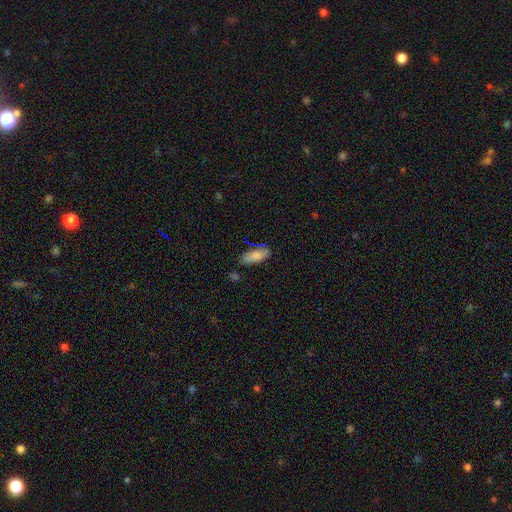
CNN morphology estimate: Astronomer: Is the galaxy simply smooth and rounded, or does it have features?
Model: smooth — 83%.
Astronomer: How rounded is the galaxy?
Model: in between — 80%.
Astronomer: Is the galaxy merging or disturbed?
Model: none — 75%.